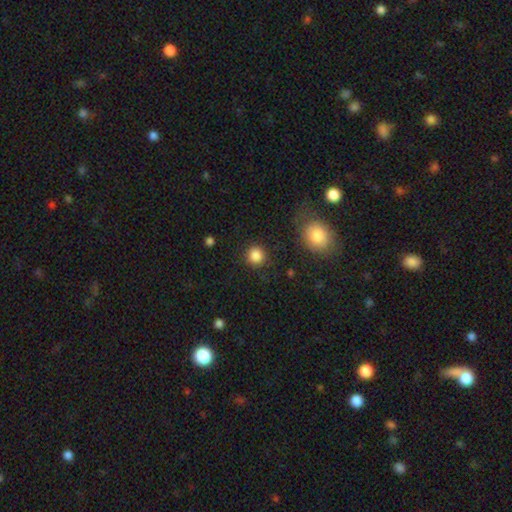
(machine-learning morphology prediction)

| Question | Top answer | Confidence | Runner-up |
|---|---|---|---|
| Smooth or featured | smooth | 86% | star or artifact (10%) |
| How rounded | round | 91% | in between (8%) |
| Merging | none | 88% | minor disturbance (7%) |